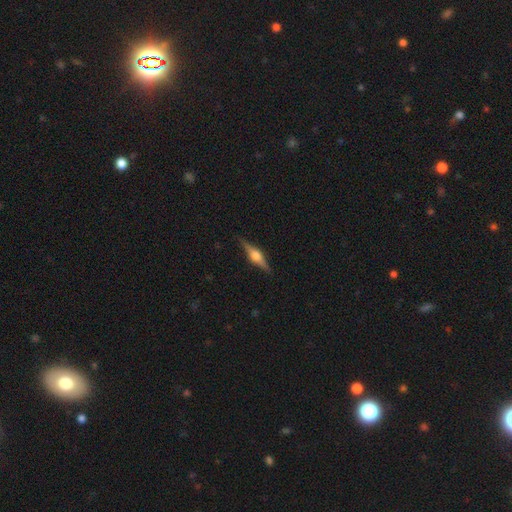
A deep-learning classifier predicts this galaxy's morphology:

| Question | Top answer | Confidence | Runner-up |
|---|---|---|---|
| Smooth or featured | featured or disk | 82% | smooth (13%) |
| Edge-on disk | yes | 98% | no (2%) |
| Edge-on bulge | rounded | 92% | boxy (6%) |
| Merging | none | 90% | minor disturbance (7%) |